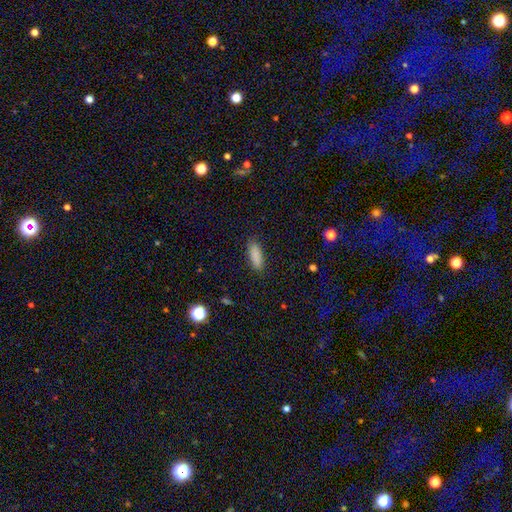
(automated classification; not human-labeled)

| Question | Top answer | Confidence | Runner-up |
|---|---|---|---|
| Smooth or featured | smooth | 88% | star or artifact (7%) |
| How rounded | in between | 63% | cigar-shaped (35%) |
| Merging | none | 87% | minor disturbance (9%) |